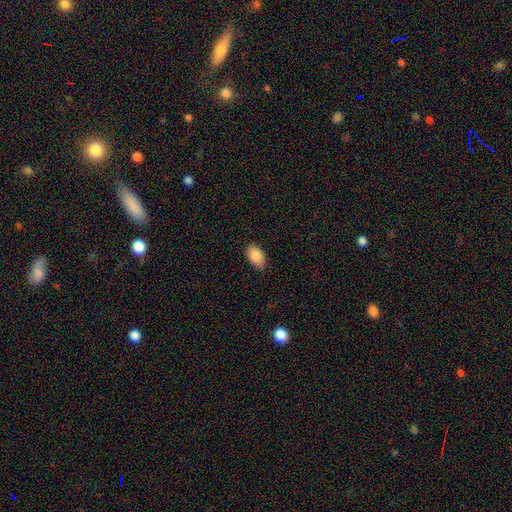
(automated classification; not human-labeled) smooth_or_featured: smooth (p=0.88) [alt: star or artifact p=0.07]
how_rounded: in between (p=0.92) [alt: round p=0.07]
merging: none (p=0.81) [alt: minor disturbance p=0.16]